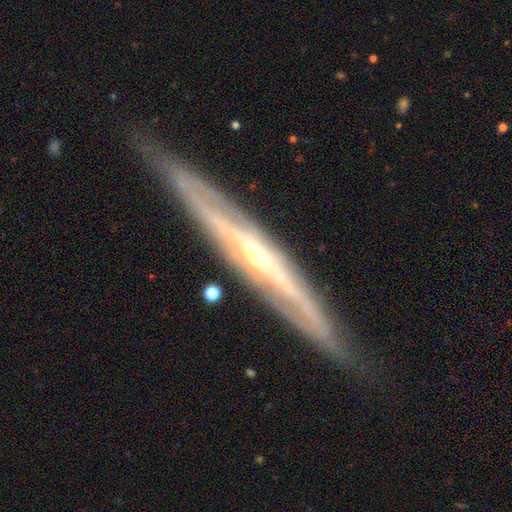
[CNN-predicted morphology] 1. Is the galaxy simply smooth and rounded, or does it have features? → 86% featured or disk, 9% smooth, 5% star or artifact.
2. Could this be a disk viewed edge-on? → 82% yes, 18% no.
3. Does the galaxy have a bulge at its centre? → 69% rounded, 28% none, 4% boxy.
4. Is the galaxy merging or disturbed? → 82% none, 14% minor disturbance, 3% major disturbance, 2% merger.